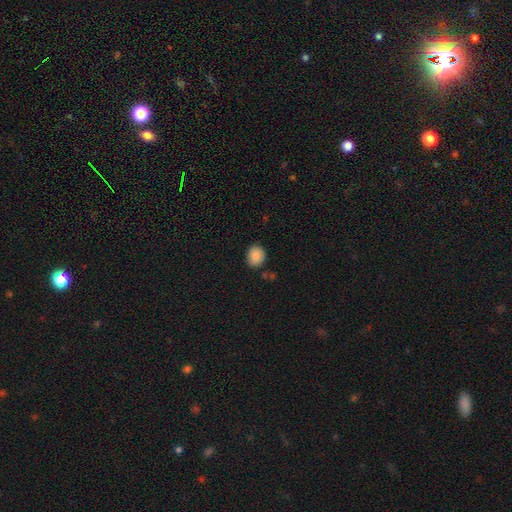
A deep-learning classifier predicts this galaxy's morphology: Smooth or featured?
  - smooth: 85% *
  - star or artifact: 8%
  - featured or disk: 7%
How rounded?
  - round: 63% *
  - in between: 36%
  - cigar-shaped: 1%
Merging?
  - none: 85% *
  - minor disturbance: 10%
  - merger: 2%
  - major disturbance: 2%